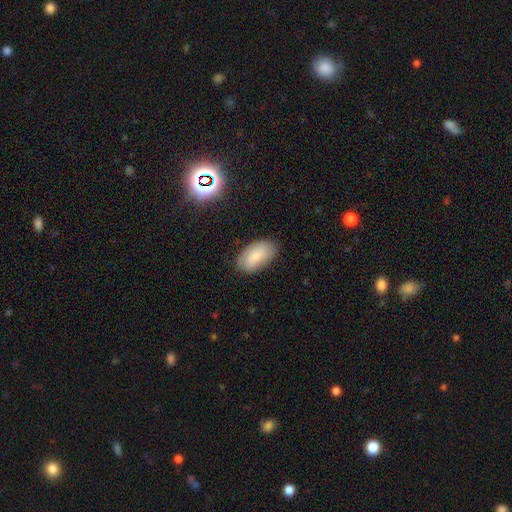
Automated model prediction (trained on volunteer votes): Smooth or featured? Predicted: smooth (p=0.74). How rounded? Predicted: in between (p=0.94). Merging? Predicted: none (p=0.81).